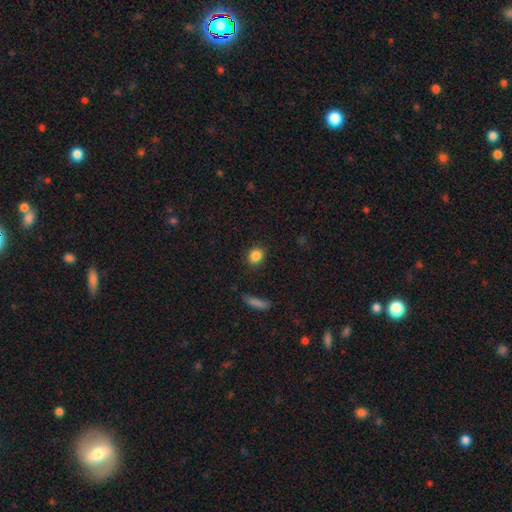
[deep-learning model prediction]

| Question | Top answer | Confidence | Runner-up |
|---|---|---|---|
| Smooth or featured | smooth | 86% | star or artifact (10%) |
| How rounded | round | 74% | in between (25%) |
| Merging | none | 87% | minor disturbance (9%) |